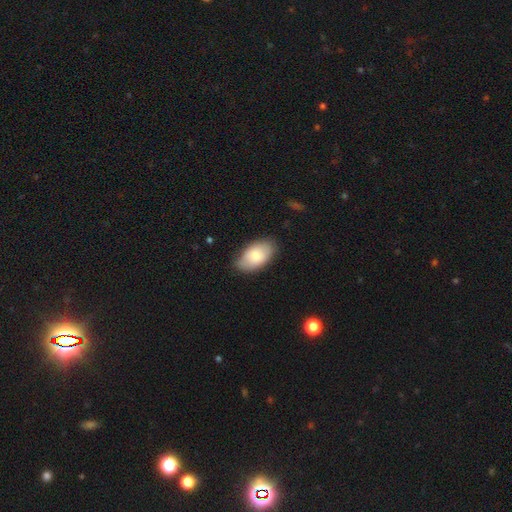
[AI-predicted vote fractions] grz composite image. It shows a smooth galaxy with no disk features (77%) that is in between round and cigar-shaped (94%). Merging: none (78%).